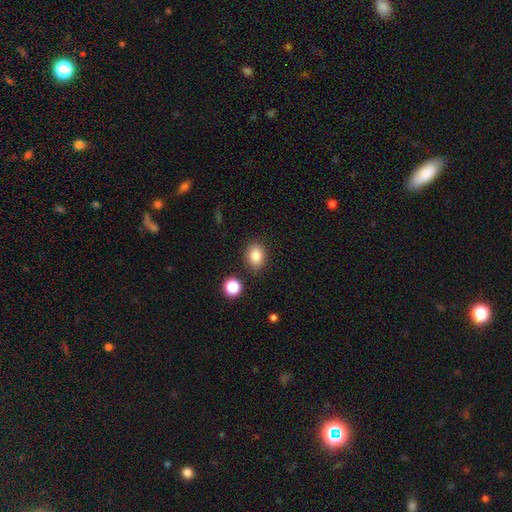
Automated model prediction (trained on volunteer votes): Smooth or featured? smooth (83%)
How rounded? in between (54%)
Merging? none (85%)